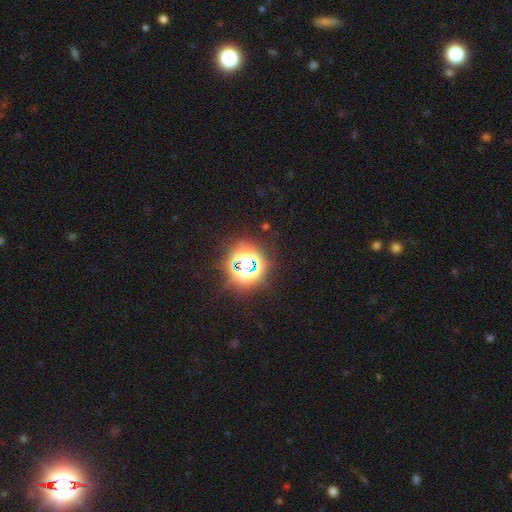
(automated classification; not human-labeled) Smooth or featured? star or artifact (76%)